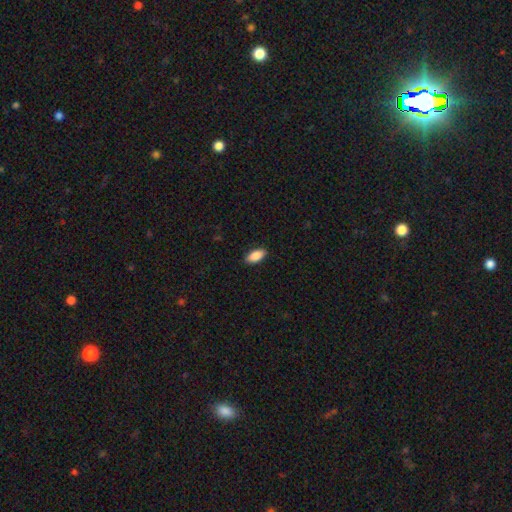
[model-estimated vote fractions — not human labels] Q: Smooth or featured?
A: smooth (89%); runner-up: star or artifact (6%)
Q: How rounded?
A: in between (91%); runner-up: cigar-shaped (7%)
Q: Merging?
A: none (89%); runner-up: minor disturbance (9%)